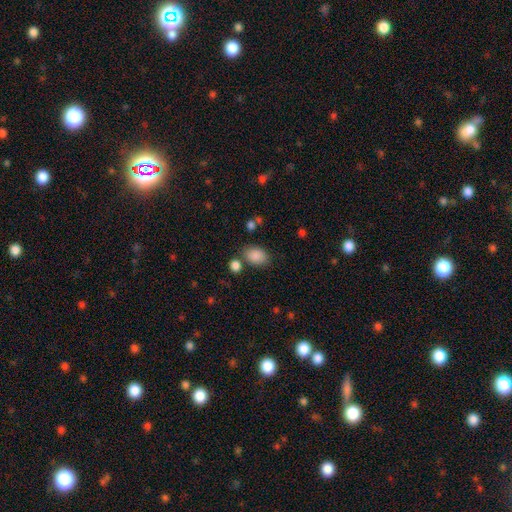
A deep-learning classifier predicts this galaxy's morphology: Q: Smooth or featured?
A: smooth (87%); runner-up: star or artifact (8%)
Q: How rounded?
A: in between (79%); runner-up: round (20%)
Q: Merging?
A: none (71%); runner-up: minor disturbance (13%)